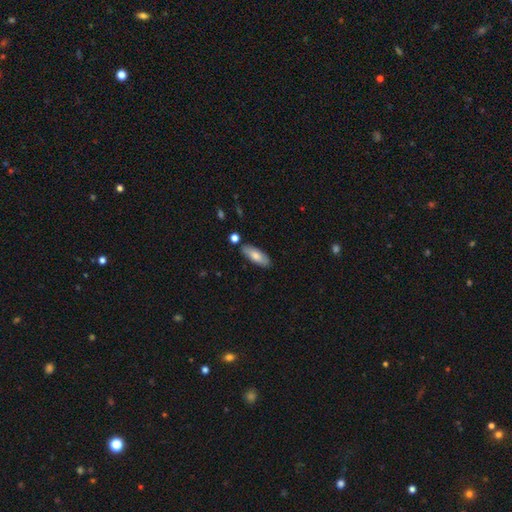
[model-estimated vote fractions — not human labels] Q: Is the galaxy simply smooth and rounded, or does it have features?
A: smooth — 73%.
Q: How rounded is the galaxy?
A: in between — 72%.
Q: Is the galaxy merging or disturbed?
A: none — 82%.